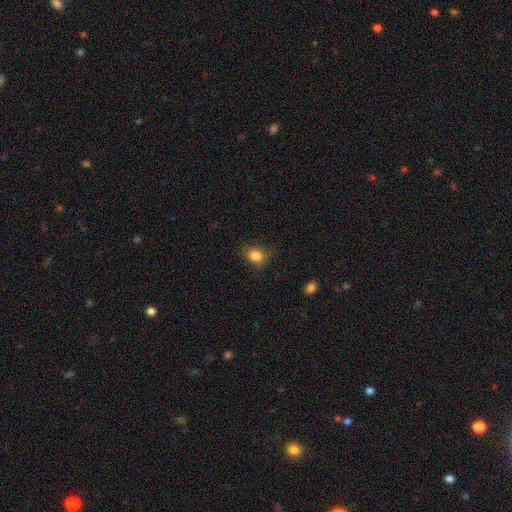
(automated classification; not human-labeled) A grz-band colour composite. It shows a smooth galaxy with no disk features (85%) that is in between round and cigar-shaped (59%). Merging: none (79%).